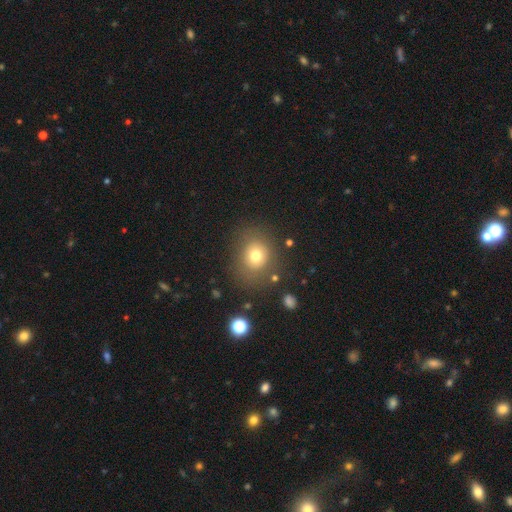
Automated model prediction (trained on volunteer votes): smooth-or-featured: smooth: 73% | star or artifact: 14% | featured or disk: 13%
  how-rounded: round: 71% | in between: 28% | cigar-shaped: 1%
  merging: none: 78% | minor disturbance: 12% | major disturbance: 7% | merger: 3%